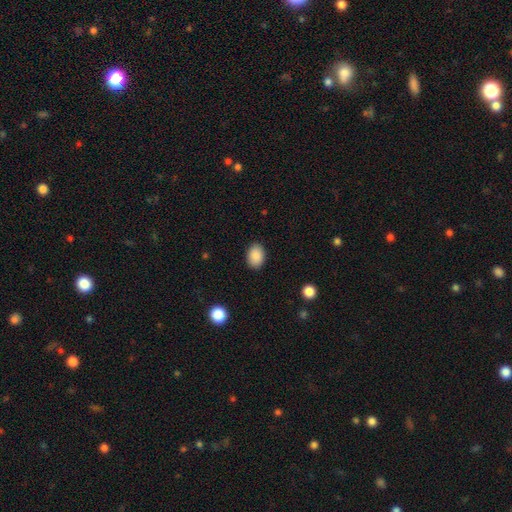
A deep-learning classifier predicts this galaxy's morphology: The model was most divided on "how rounded": in between: 82%, round: 17%, cigar-shaped: 1%. More confident: smooth or featured — smooth (90%); merging — none (88%).